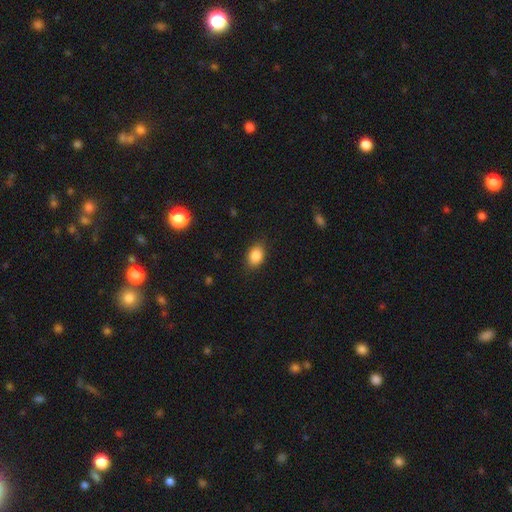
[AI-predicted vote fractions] Q: Smooth or featured?
A: smooth (87%); runner-up: star or artifact (9%)
Q: How rounded?
A: in between (71%); runner-up: round (28%)
Q: Merging?
A: none (84%); runner-up: minor disturbance (12%)